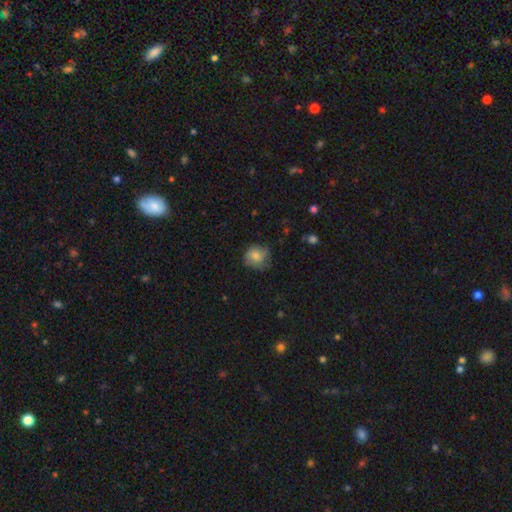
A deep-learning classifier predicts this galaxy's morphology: Smooth or featured: smooth — 71% (featured or disk — 21%)
How rounded: round — 79% (in between — 20%)
Merging: none — 62% (minor disturbance — 27%)